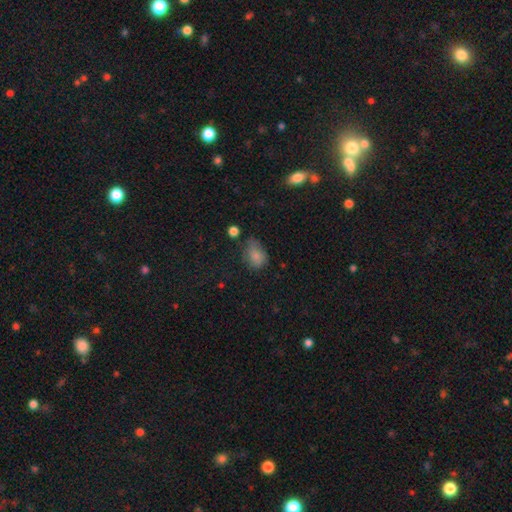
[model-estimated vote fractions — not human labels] Smooth or featured? smooth (78%)
How rounded? in between (68%)
Merging? none (43%)